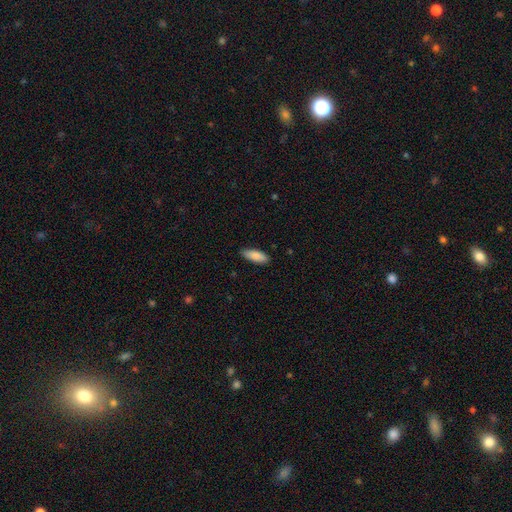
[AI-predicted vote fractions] This is clearly a smooth galaxy (88%). How rounded: likely in between (70%). Merging: clearly none (87%).